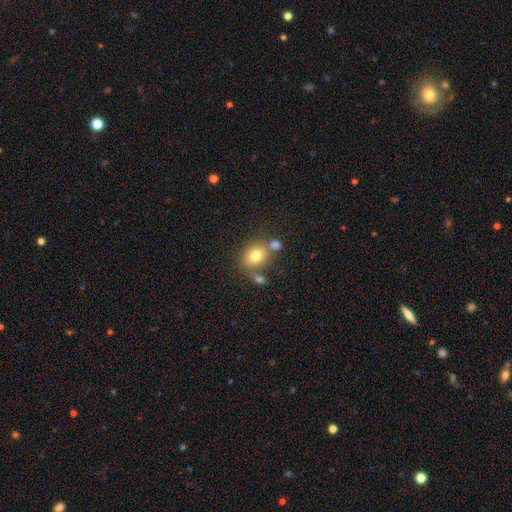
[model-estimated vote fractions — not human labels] This appears to be a smooth galaxy with no disk features (77%) that is round (56%). Merging: none (57%).